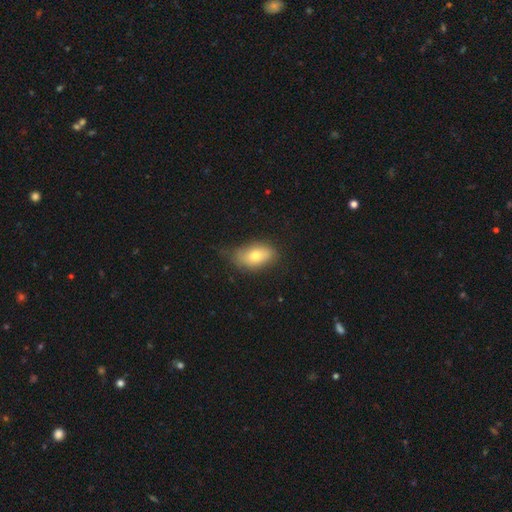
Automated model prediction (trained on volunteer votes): smooth_or_featured: smooth (p=0.71) [alt: featured or disk p=0.21]
how_rounded: in between (p=0.88) [alt: round p=0.09]
merging: none (p=0.62) [alt: minor disturbance p=0.29]